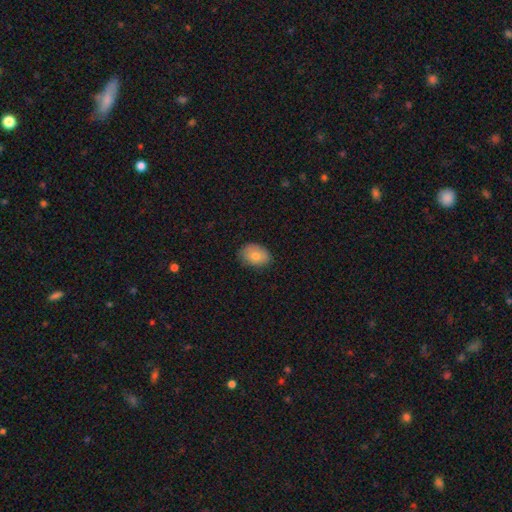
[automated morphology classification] smooth 78%, featured or disk 14%, star or artifact 8%. Down the decision tree: how rounded — in between (76%); merging — none (80%).